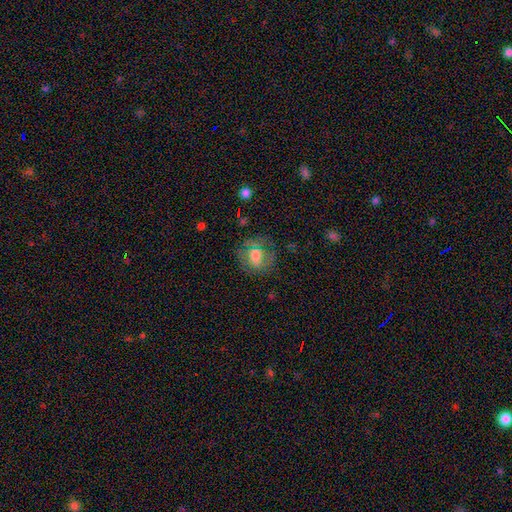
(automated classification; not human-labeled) Q: Smooth or featured?
A: smooth (58%); runner-up: featured or disk (31%)
Q: How rounded?
A: round (70%); runner-up: in between (28%)
Q: Merging?
A: none (65%); runner-up: minor disturbance (20%)